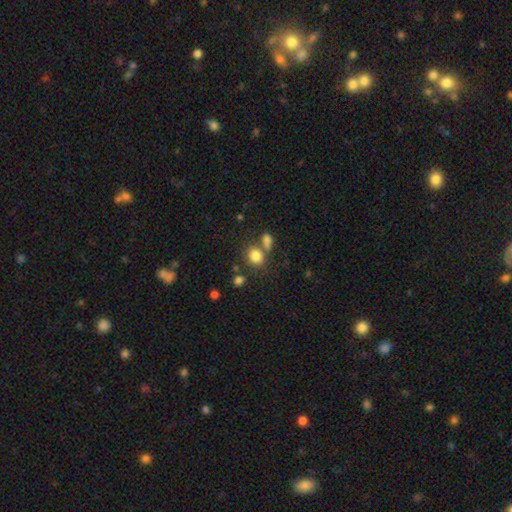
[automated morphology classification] type=smooth (81%); roundness=round (58%); merging=none (55%).